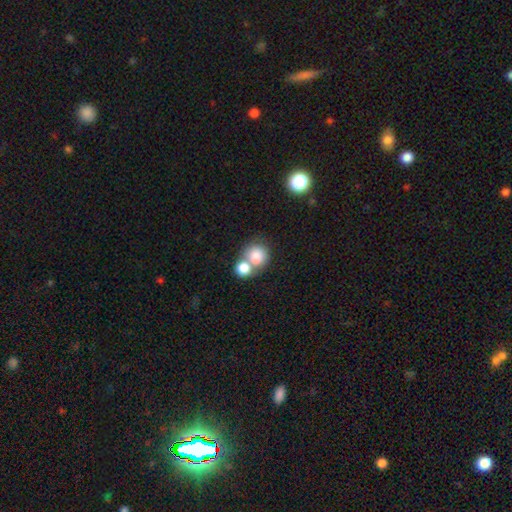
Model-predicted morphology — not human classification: Smooth or featured? Predicted: smooth (p=0.80). How rounded? Predicted: round (p=0.77). Merging? Predicted: merger (p=0.57).